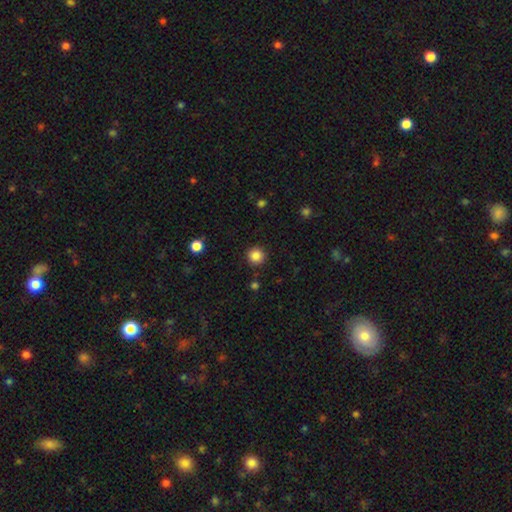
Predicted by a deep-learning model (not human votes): Q: Smooth or featured?
A: smooth (85%); runner-up: star or artifact (11%)
Q: How rounded?
A: round (95%); runner-up: in between (4%)
Q: Merging?
A: none (90%); runner-up: minor disturbance (6%)